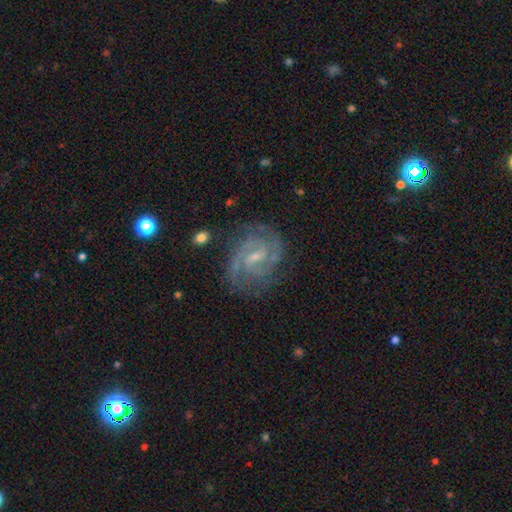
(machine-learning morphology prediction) smooth-or-featured: featured or disk: 90% | star or artifact: 5% | smooth: 5%
  disk-edge-on: no: 98% | yes: 2%
    bar: weak: 60% | strong: 25% | no: 15%
    has-spiral-arms: yes: 98% | no: 2%
      spiral-winding: tight: 46% (tied) | medium: 46% (tied) | loose: 8%
      spiral-arm-count: 2: 65% | 3: 16% | can't tell: 10% | 4: 4% | 1: 3% | more than 4: 3%
    bulge-size: small: 60% | moderate: 24% | none: 14% | large: 1% | dominant: 1%
  merging: none: 76% | minor disturbance: 16% | major disturbance: 6% | merger: 2%